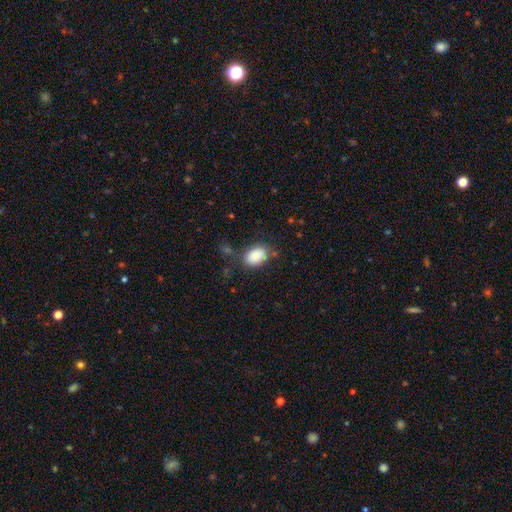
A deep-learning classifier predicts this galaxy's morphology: This is clearly a smooth galaxy (87%). How rounded: clearly in between (82%). Merging: likely none (72%).